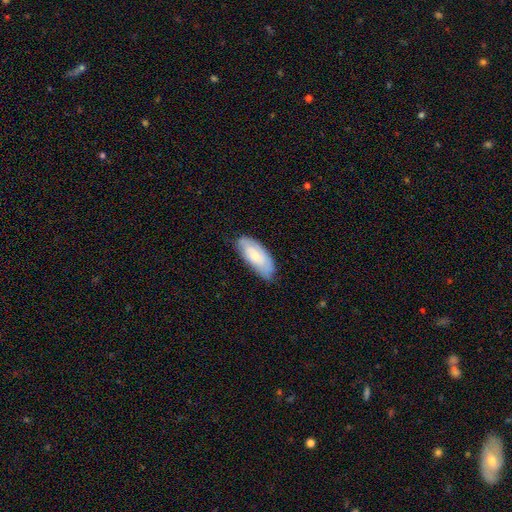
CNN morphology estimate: smooth 54%, featured or disk 40%, star or artifact 6%. Down the decision tree: how rounded — in between (82%); merging — none (69%).